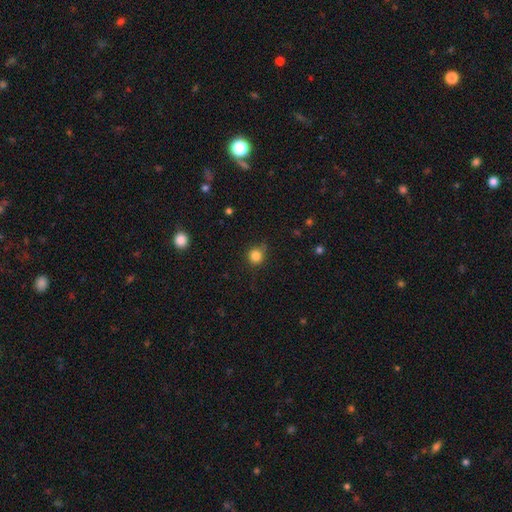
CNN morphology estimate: Smooth or featured: smooth — 83% (star or artifact — 12%)
How rounded: round — 91% (in between — 8%)
Merging: none — 77% (minor disturbance — 17%)